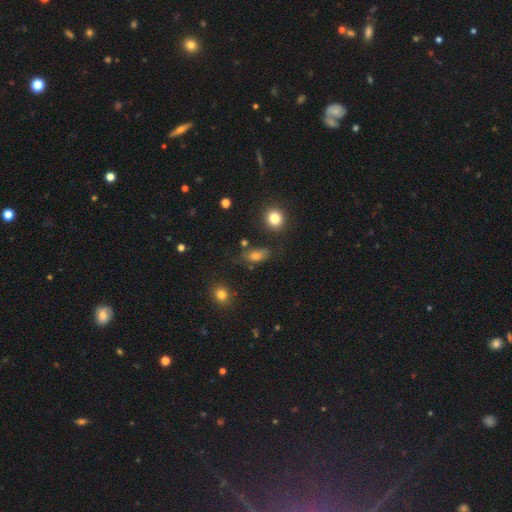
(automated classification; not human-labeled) Smooth or featured?
  - smooth: 64% *
  - featured or disk: 19%
  - star or artifact: 17%
How rounded?
  - in between: 76% *
  - round: 14%
  - cigar-shaped: 10%
Merging?
  - none: 67% *
  - minor disturbance: 19%
  - major disturbance: 9%
  - merger: 5%